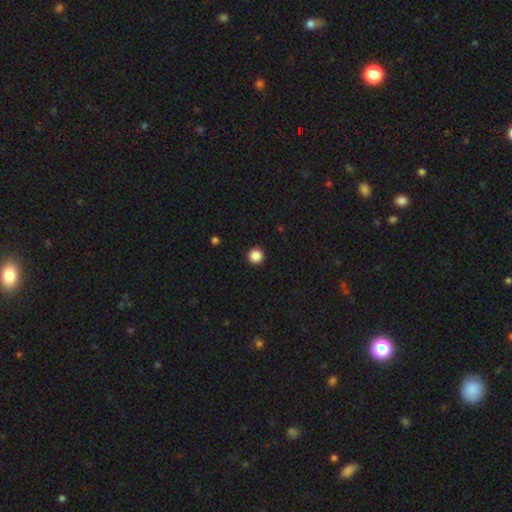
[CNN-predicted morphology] smooth 88%, star or artifact 10%, featured or disk 2%. Down the decision tree: how rounded — round (96%); merging — none (94%).